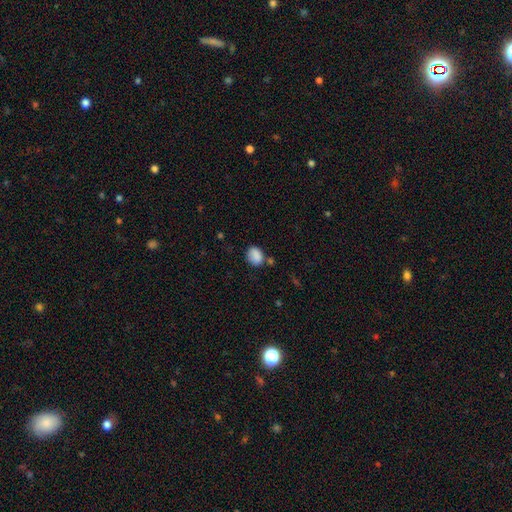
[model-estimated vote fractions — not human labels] Smooth or featured?
  - smooth: 86% *
  - star or artifact: 9%
  - featured or disk: 5%
How rounded?
  - in between: 57% *
  - round: 42%
  - cigar-shaped: 1%
Merging?
  - none: 66% *
  - minor disturbance: 19%
  - merger: 9%
  - major disturbance: 5%